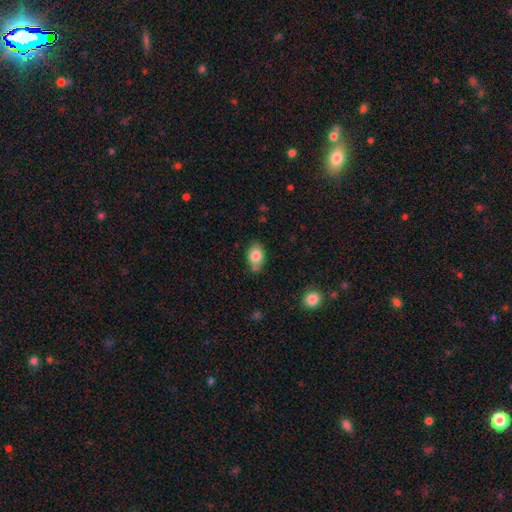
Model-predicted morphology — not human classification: type=smooth (82%); roundness=in between (84%); merging=none (70%).